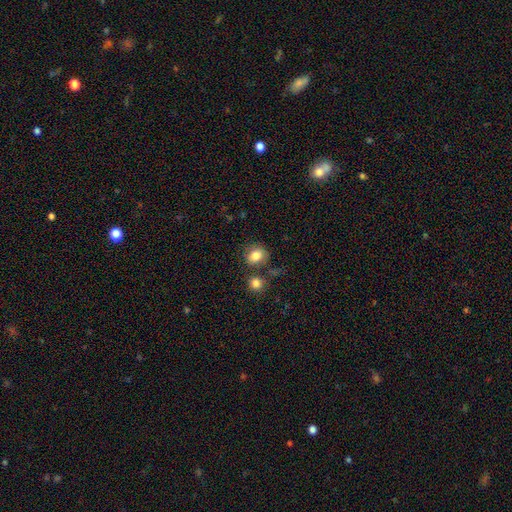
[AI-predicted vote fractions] Smooth or featured: smooth — 83% (star or artifact — 9%)
How rounded: round — 66% (in between — 33%)
Merging: none — 69% (minor disturbance — 13%)